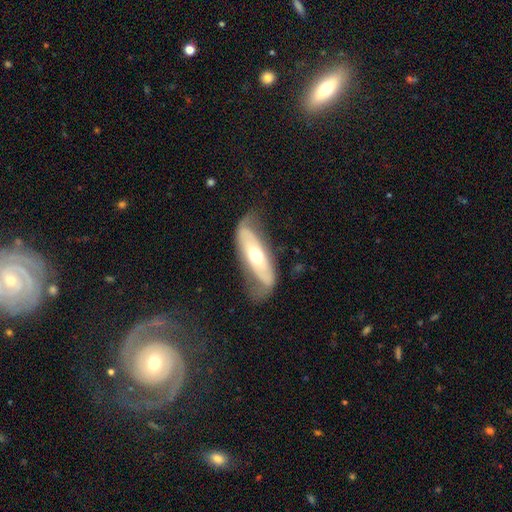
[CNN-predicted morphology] Smooth or featured?
  - featured or disk: 66% *
  - smooth: 29%
  - star or artifact: 5%
Edge-on disk?
  - no: 76% *
  - yes: 24%
Merging?
  - none: 51% *
  - minor disturbance: 27%
  - major disturbance: 20%
  - merger: 2%